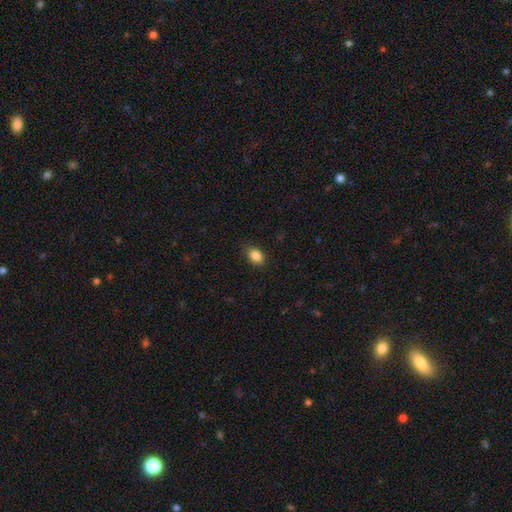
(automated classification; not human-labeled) Smooth or featured? Predicted: smooth (p=0.87). How rounded? Predicted: in between (p=0.80). Merging? Predicted: none (p=0.84).